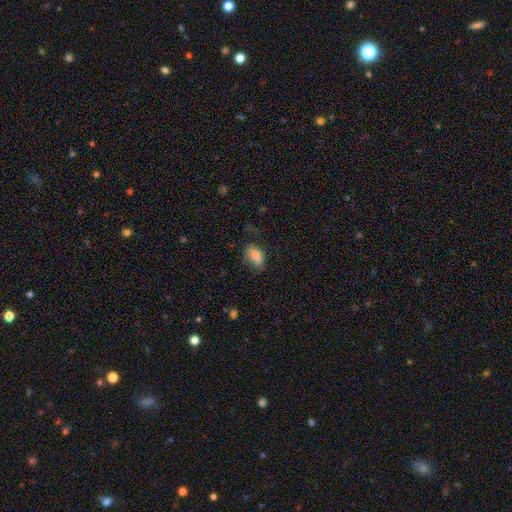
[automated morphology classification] This is clearly a smooth galaxy (82%). How rounded: clearly in between (90%). Merging: possibly none (56%).